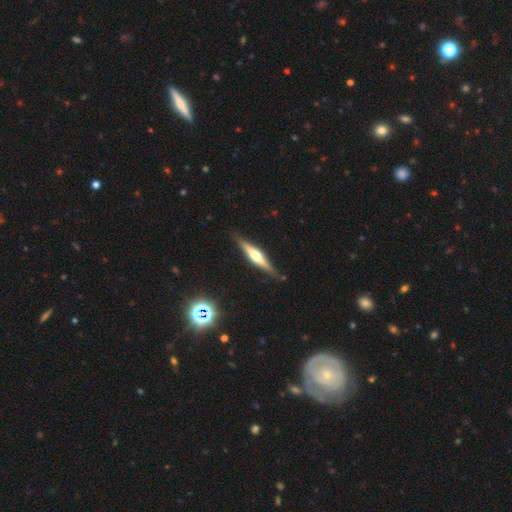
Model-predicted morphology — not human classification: Smooth or featured: featured or disk — 70% (smooth — 24%)
Edge-on disk: yes — 97% (no — 3%)
Edge-on bulge: rounded — 87% (boxy — 9%)
Merging: none — 87% (minor disturbance — 9%)